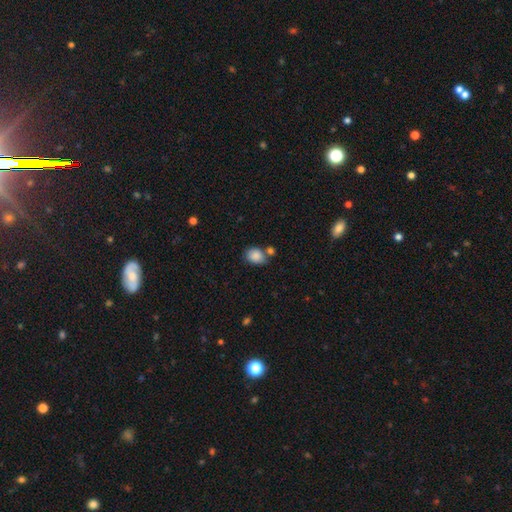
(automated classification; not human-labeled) A smooth galaxy with no disk features (87%) that is in between round and cigar-shaped (56%).

Vote fractions:
- Smooth or featured? smooth: 87% / star or artifact: 8% / featured or disk: 5%
- How rounded? in between: 56% / round: 43% / cigar-shaped: 1%
- Merging? none: 58% / merger: 20% / minor disturbance: 17% / major disturbance: 5%